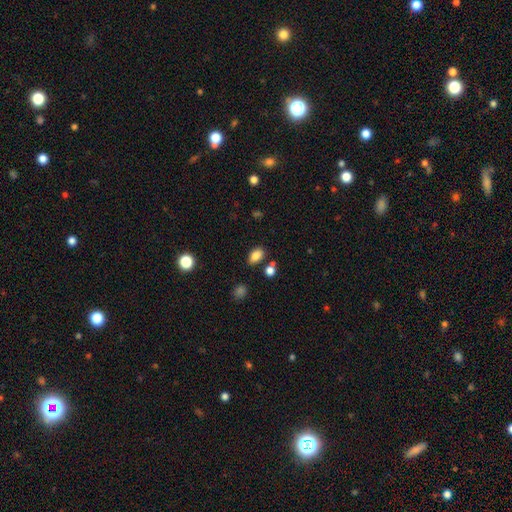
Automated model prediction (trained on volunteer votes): Morphology: type=smooth (84%); roundness=in between (86%); merging=none (78%).